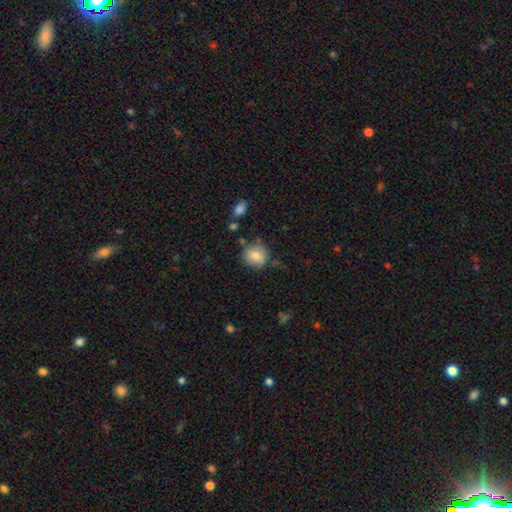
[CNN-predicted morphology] Smooth or featured? Predicted: smooth (p=0.79). How rounded? Predicted: round (p=0.86). Merging? Predicted: none (p=0.77).